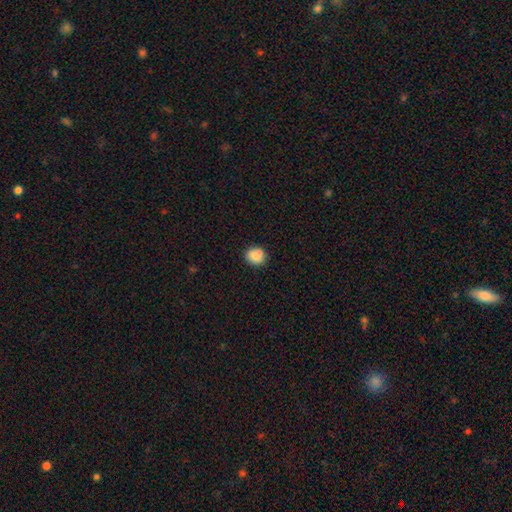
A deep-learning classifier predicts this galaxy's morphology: The model was most divided on "how rounded": round: 77%, in between: 22%, cigar-shaped: 1%. More confident: smooth or featured — smooth (84%); merging — none (74%).